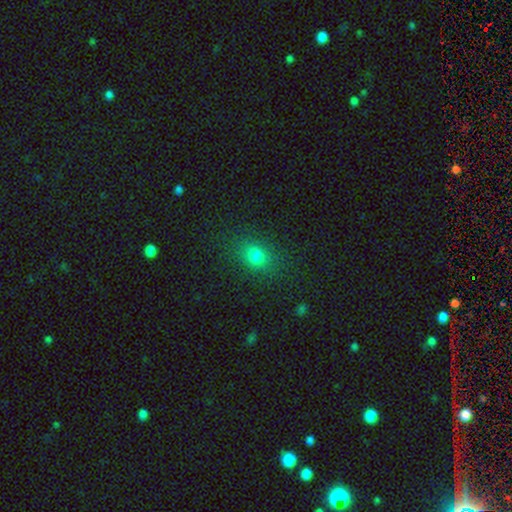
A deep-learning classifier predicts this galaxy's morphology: A smooth galaxy with no disk features (76%) that is in between round and cigar-shaped (53%). Merging: none (84%).